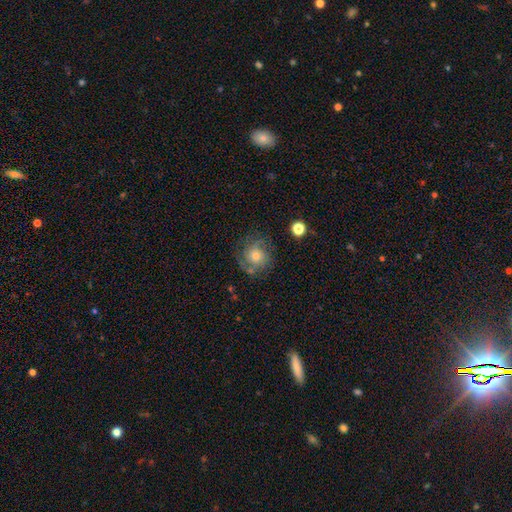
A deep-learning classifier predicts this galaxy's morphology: Smooth or featured?
  - featured or disk: 68% *
  - smooth: 22%
  - star or artifact: 10%
Edge-on disk?
  - no: 97% *
  - yes: 3%
Bar?
  - no: 79% *
  - weak: 18%
  - strong: 3%
Spiral arms?
  - yes: 90% *
  - no: 10%
Spiral winding?
  - tight: 53% *
  - medium: 35%
  - loose: 11%
Spiral arm count?
  - 2: 33% *
  - can't tell: 29%
  - 3: 21%
  - 1: 7%
  - 4: 6%
  - more than 4: 5%
Bulge size?
  - moderate: 53% *
  - small: 36%
  - large: 7%
  - none: 2%
  - dominant: 1%
Merging?
  - none: 74% *
  - minor disturbance: 15%
  - major disturbance: 8%
  - merger: 2%